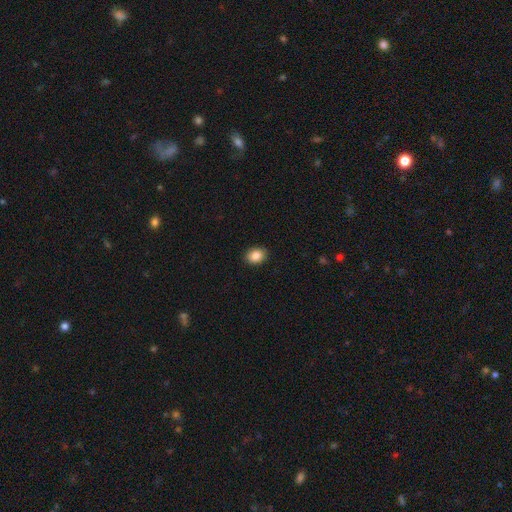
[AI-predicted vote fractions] Q: Smooth or featured?
A: smooth (86%); runner-up: star or artifact (9%)
Q: How rounded?
A: in between (55%); runner-up: round (44%)
Q: Merging?
A: none (91%); runner-up: minor disturbance (7%)